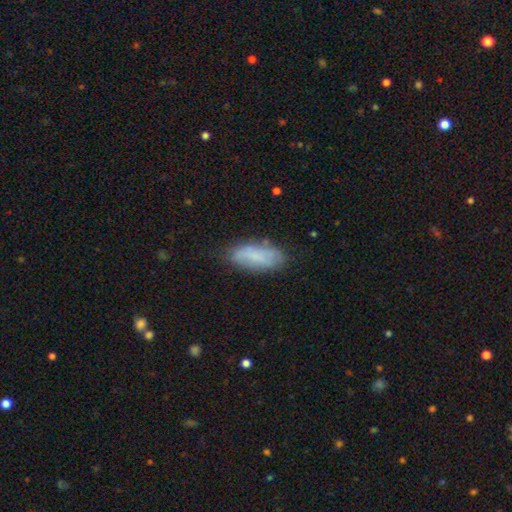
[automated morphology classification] Smooth or featured? smooth (70%)
How rounded? in between (79%)
Merging? none (69%)